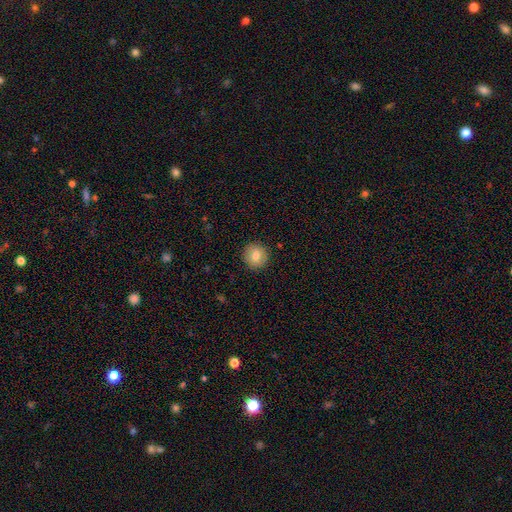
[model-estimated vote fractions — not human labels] Q: Smooth or featured?
A: smooth (80%); runner-up: featured or disk (12%)
Q: How rounded?
A: round (93%); runner-up: in between (6%)
Q: Merging?
A: none (91%); runner-up: minor disturbance (6%)